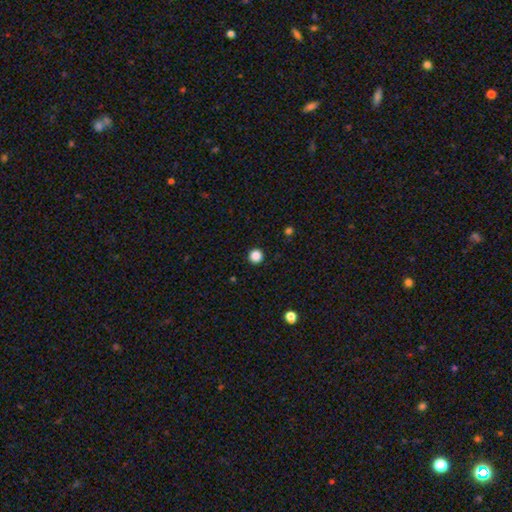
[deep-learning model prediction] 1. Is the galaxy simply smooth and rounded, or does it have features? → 87% smooth, 11% star or artifact, 2% featured or disk.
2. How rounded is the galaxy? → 96% round, 3% in between, 1% cigar-shaped.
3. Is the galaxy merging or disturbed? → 94% none, 4% minor disturbance, 1% major disturbance, 1% merger.